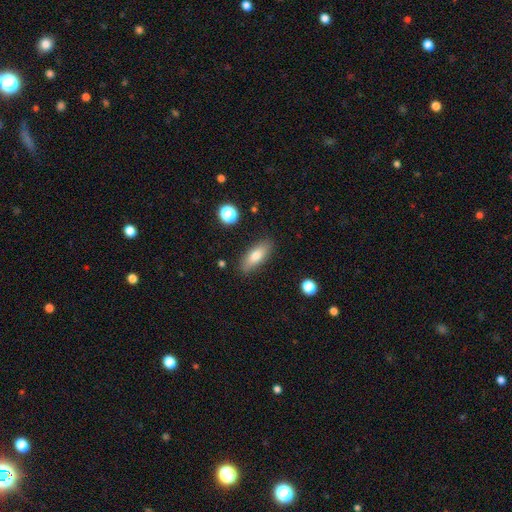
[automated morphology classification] smooth_or_featured: smooth (p=0.75) [alt: featured or disk p=0.17]
how_rounded: in between (p=0.67) [alt: cigar-shaped p=0.30]
merging: none (p=0.85) [alt: minor disturbance p=0.10]